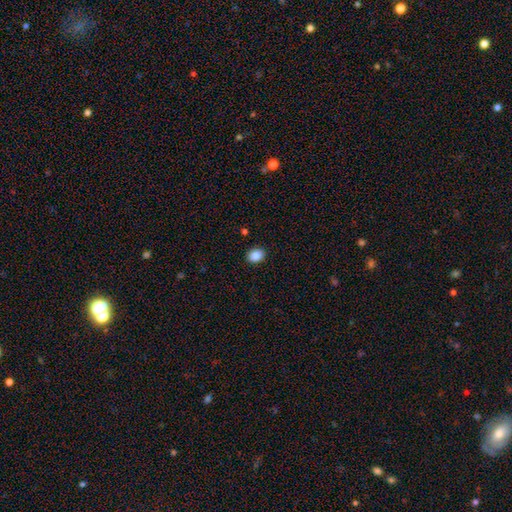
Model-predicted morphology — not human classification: smooth 87%, star or artifact 9%, featured or disk 4%. Down the decision tree: how rounded — in between (52%); merging — none (91%).